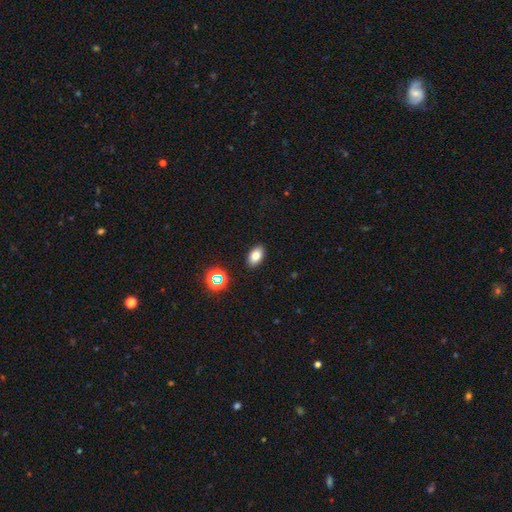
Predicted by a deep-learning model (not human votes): smooth_or_featured: smooth (p=0.77) [alt: star or artifact p=0.12]
how_rounded: in between (p=0.89) [alt: round p=0.09]
merging: none (p=0.89) [alt: minor disturbance p=0.08]